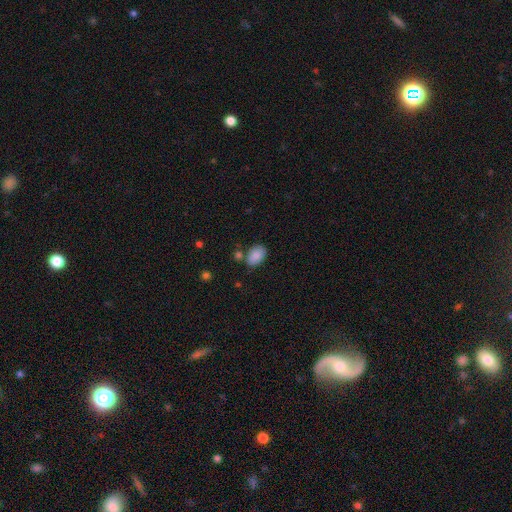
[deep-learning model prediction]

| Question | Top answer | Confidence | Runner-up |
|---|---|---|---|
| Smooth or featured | smooth | 87% | star or artifact (8%) |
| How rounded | in between | 86% | round (12%) |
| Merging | none | 70% | minor disturbance (17%) |